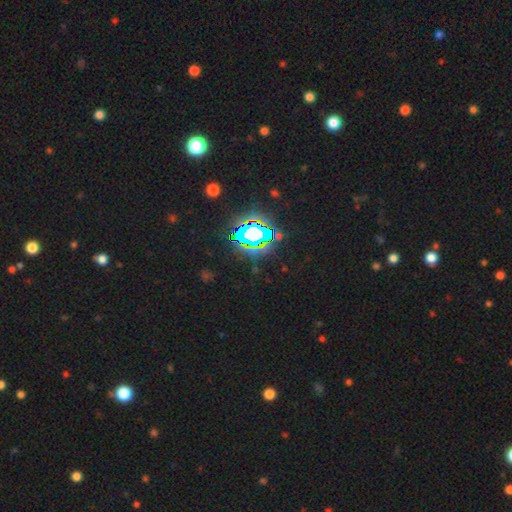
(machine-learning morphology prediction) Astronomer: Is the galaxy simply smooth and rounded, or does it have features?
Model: star or artifact — 80%.